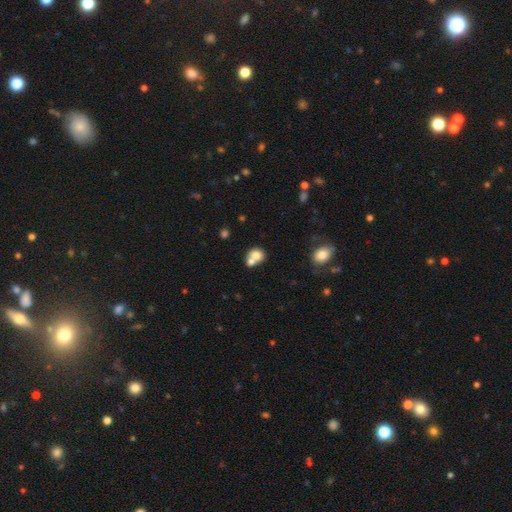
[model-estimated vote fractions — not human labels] This is likely a smooth galaxy (75%). How rounded: likely round (69%). Merging: possibly merger (54%).